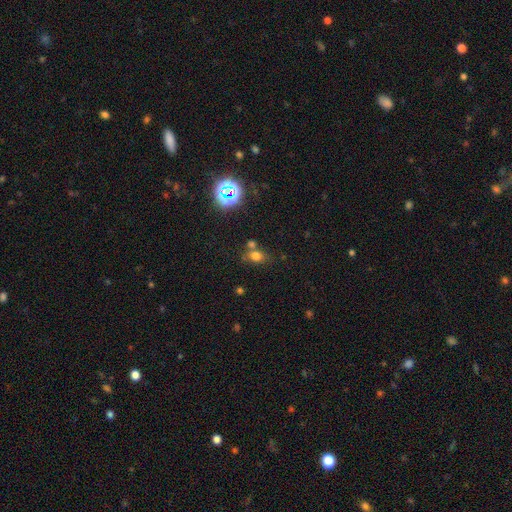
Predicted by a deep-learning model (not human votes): smooth_or_featured: smooth (p=0.70) [alt: star or artifact p=0.21]
how_rounded: in between (p=0.54) [alt: round p=0.45]
merging: none (p=0.56) [alt: merger p=0.25]